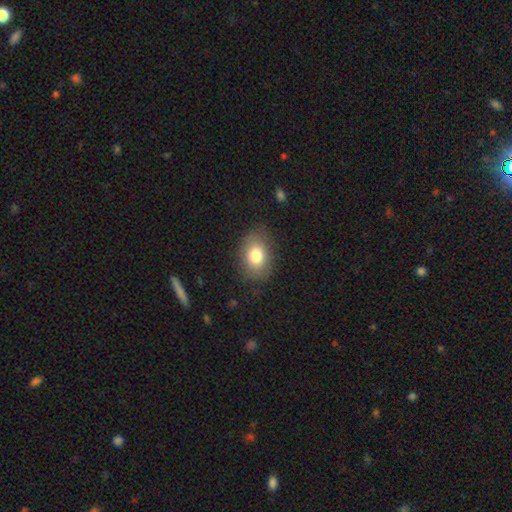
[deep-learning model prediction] A smooth galaxy with no disk features (79%) that is in between round and cigar-shaped (75%).

Vote fractions:
- Smooth or featured? smooth: 79% / featured or disk: 12% / star or artifact: 9%
- How rounded? in between: 75% / round: 24% / cigar-shaped: 1%
- Merging? none: 81% / minor disturbance: 13% / major disturbance: 4% / merger: 1%